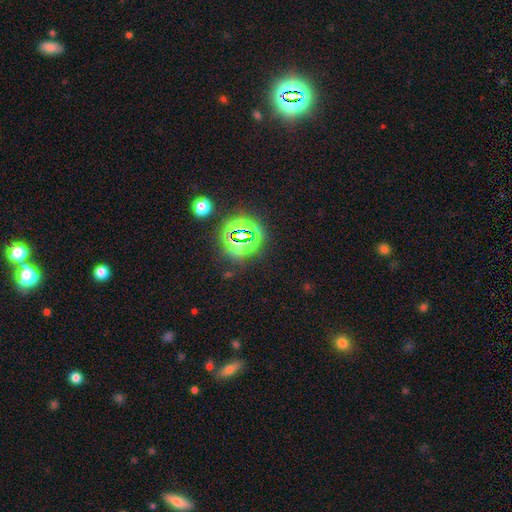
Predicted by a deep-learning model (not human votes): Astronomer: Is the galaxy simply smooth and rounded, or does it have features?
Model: star or artifact — 77%.